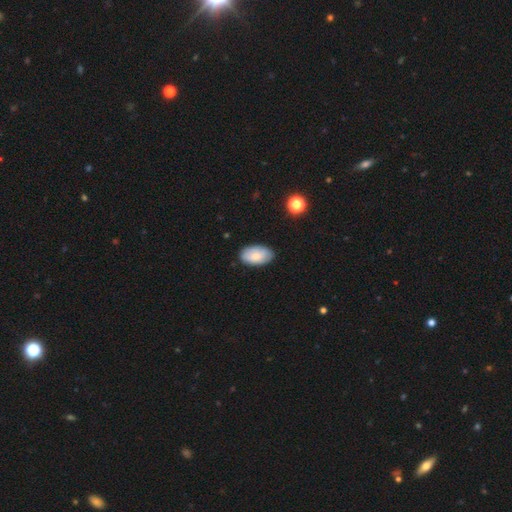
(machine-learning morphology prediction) Smooth or featured? smooth (78%)
How rounded? in between (95%)
Merging? none (85%)